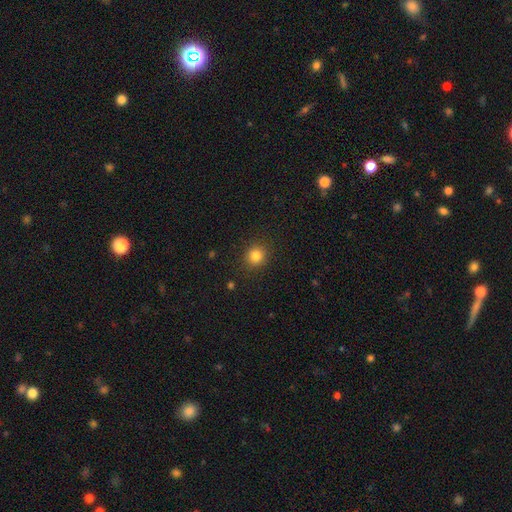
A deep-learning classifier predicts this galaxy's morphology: Smooth or featured? Predicted: smooth (p=0.83). How rounded? Predicted: round (p=0.88). Merging? Predicted: none (p=0.89).